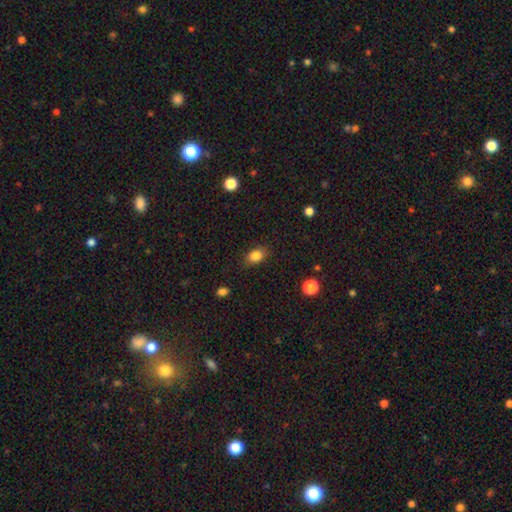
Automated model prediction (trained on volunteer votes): Morphology: type=smooth (84%); roundness=in between (78%); merging=none (83%).